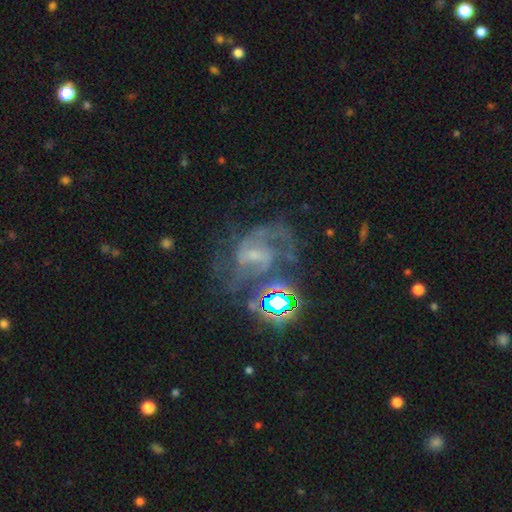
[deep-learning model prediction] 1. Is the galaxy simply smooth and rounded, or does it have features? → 71% featured or disk, 18% star or artifact, 11% smooth.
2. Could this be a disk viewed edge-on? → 97% no, 3% yes.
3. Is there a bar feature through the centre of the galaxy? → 49% weak, 33% no, 18% strong.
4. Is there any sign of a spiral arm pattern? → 84% yes, 16% no.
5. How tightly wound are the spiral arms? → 51% medium, 25% tight, 24% loose.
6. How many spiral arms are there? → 44% 2, 29% can't tell, 12% 3, 7% 1, 4% 4, 4% more than 4.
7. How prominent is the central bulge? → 55% small, 21% moderate, 21% none, 2% large, 1% dominant.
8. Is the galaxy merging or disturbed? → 47% none, 26% major disturbance, 18% minor disturbance, 9% merger.